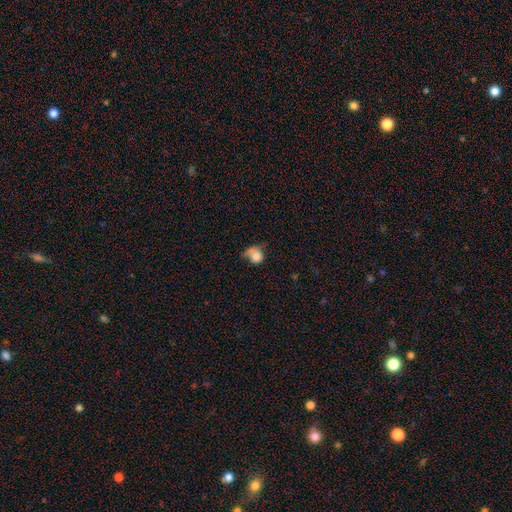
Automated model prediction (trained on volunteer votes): Overall: smooth (77%). How rounded: round (66%; in between 32%). Merging: minor disturbance (32%; major disturbance 30%).